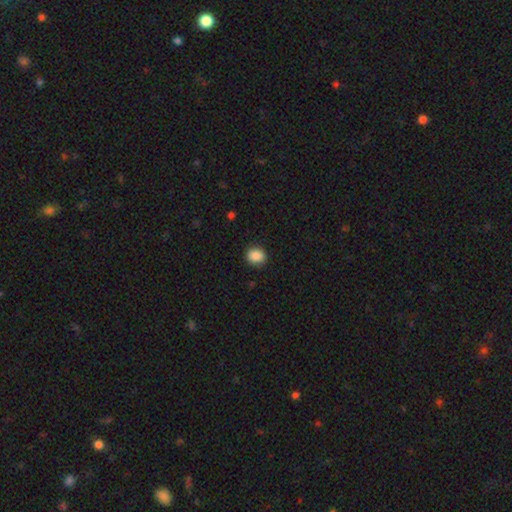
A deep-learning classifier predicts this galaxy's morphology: Smooth or featured?
  - smooth: 88% *
  - star or artifact: 9%
  - featured or disk: 3%
How rounded?
  - round: 70% *
  - in between: 29%
  - cigar-shaped: 1%
Merging?
  - none: 90% *
  - minor disturbance: 7%
  - major disturbance: 2%
  - merger: 1%